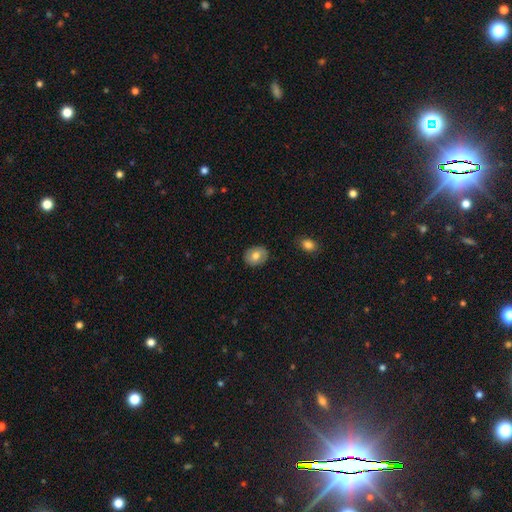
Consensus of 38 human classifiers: This is likely a smooth galaxy (74%). How rounded: possibly round (50%, tied with in between). Merging: clearly none (94%).